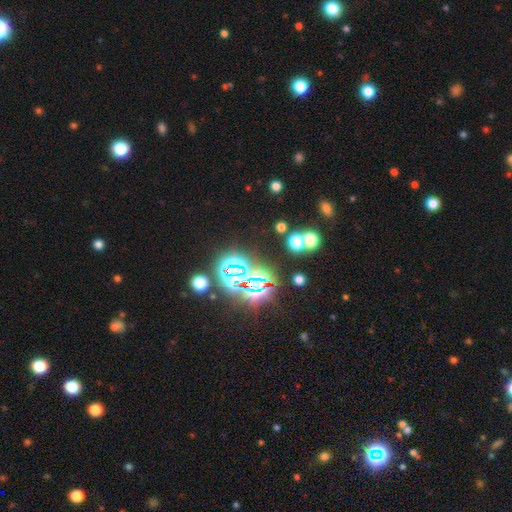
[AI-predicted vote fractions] Smooth or featured? Predicted: star or artifact (p=0.75).